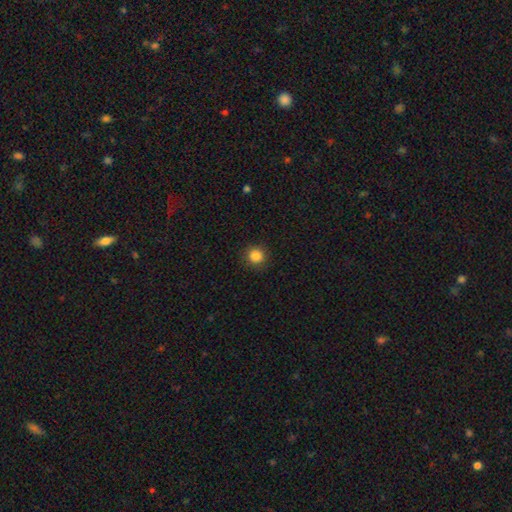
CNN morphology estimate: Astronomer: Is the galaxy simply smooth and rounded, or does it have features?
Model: smooth — 86%.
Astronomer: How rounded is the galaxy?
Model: round — 90%.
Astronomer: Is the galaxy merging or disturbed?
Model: none — 89%.